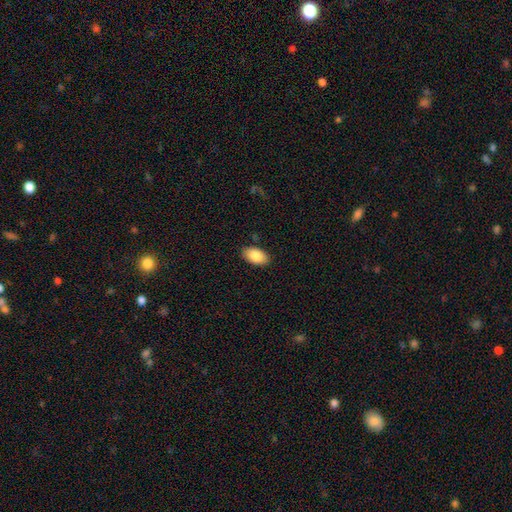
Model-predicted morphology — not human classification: The model was most divided on "merging": none: 87%, minor disturbance: 10%, major disturbance: 2%, merger: 1%. More confident: how rounded — in between (95%); smooth or featured — smooth (87%).